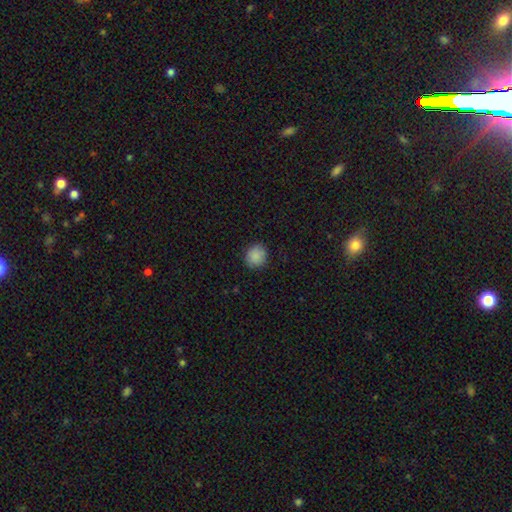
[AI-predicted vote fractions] Smooth or featured? smooth (88%)
How rounded? round (83%)
Merging? none (88%)